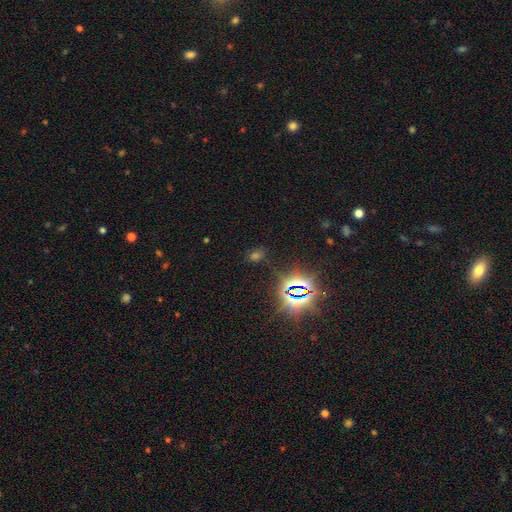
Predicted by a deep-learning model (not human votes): Overall: star or artifact (61%; smooth 31%).